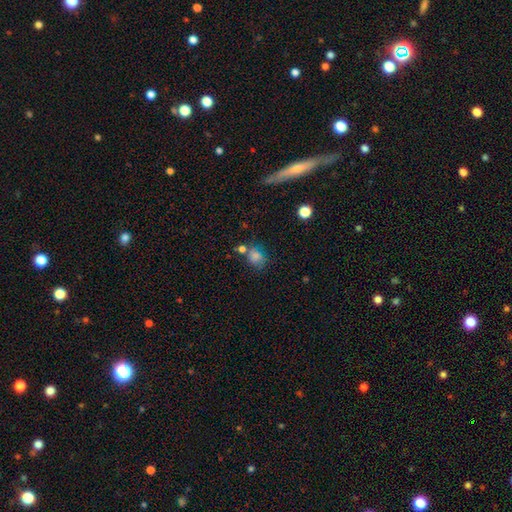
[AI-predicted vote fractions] Morphology: type=smooth (75%); roundness=round (53%); merging=none (53%).